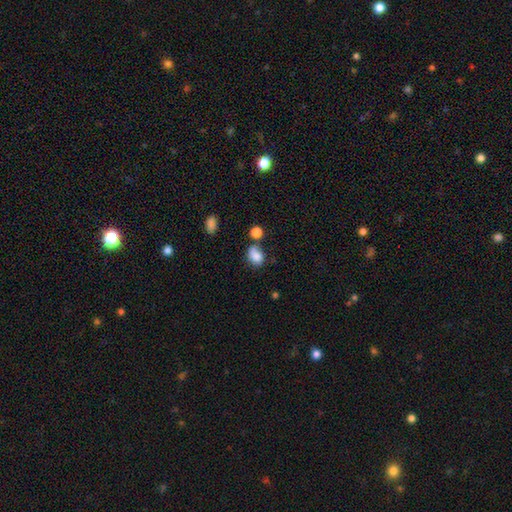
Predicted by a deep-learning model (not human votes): This is likely a smooth galaxy (78%). How rounded: likely in between (60%). Merging: marginally none (40%).